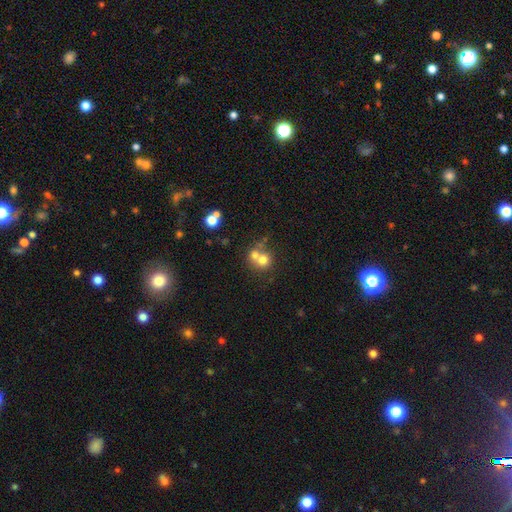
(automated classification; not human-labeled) smooth_or_featured: smooth (p=0.67) [alt: featured or disk p=0.19]
how_rounded: round (p=0.83) [alt: in between p=0.17]
merging: merger (p=0.54) [alt: none p=0.35]